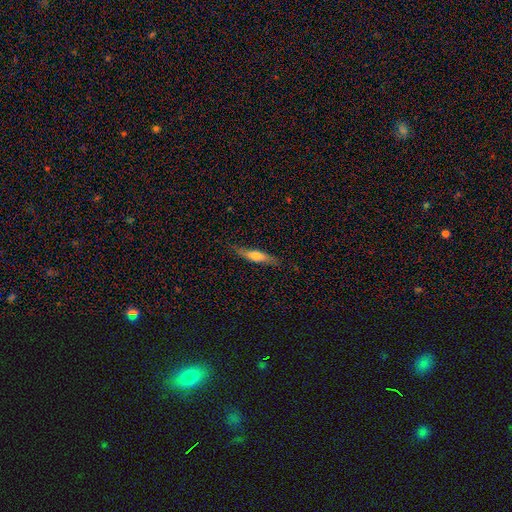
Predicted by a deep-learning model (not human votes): This is possibly a smooth galaxy (58%). How rounded: likely cigar-shaped (80%). Merging: clearly none (80%).